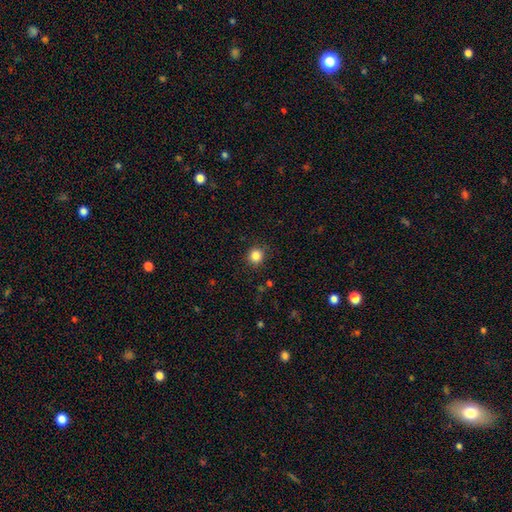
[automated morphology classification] Smooth or featured? smooth (85%)
How rounded? round (91%)
Merging? none (89%)